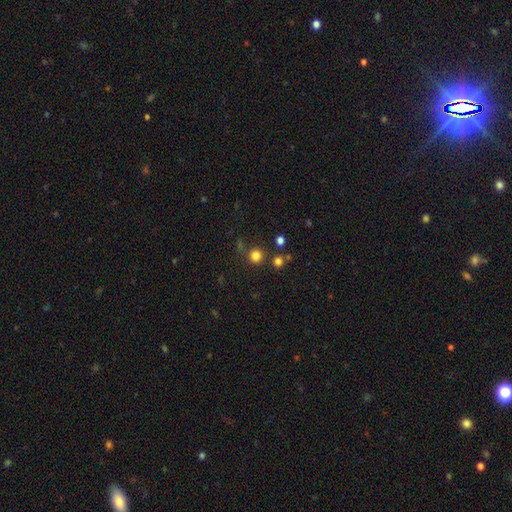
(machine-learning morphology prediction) The model was most divided on "smooth or featured": smooth: 78%, star or artifact: 16%, featured or disk: 5%. More confident: how rounded — round (93%); merging — none (79%).